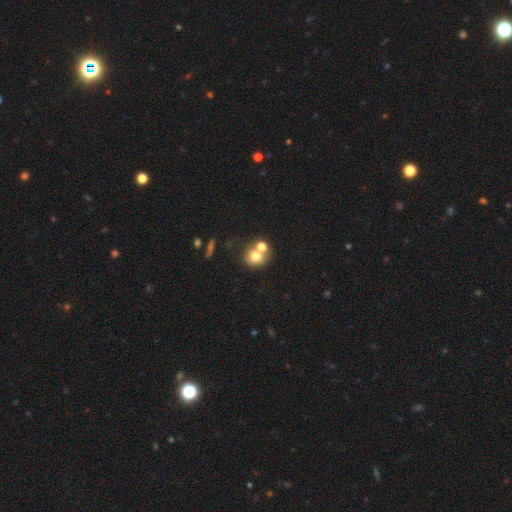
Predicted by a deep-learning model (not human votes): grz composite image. It shows a smooth galaxy with no disk features (72%) that is round (78%). Merging: merger (46%).